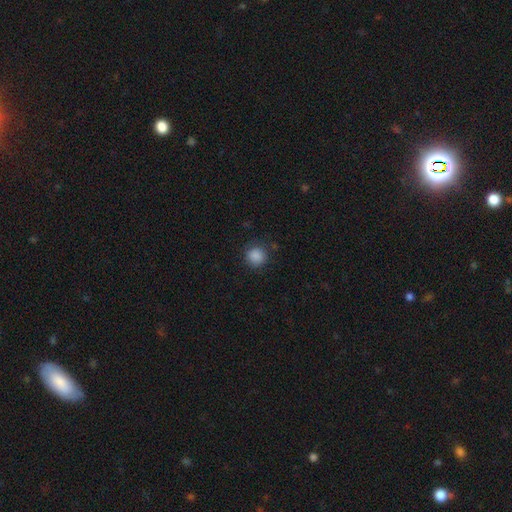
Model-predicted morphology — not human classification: Smooth or featured: smooth — 87% (star or artifact — 10%)
How rounded: round — 90% (in between — 9%)
Merging: none — 84% (minor disturbance — 12%)